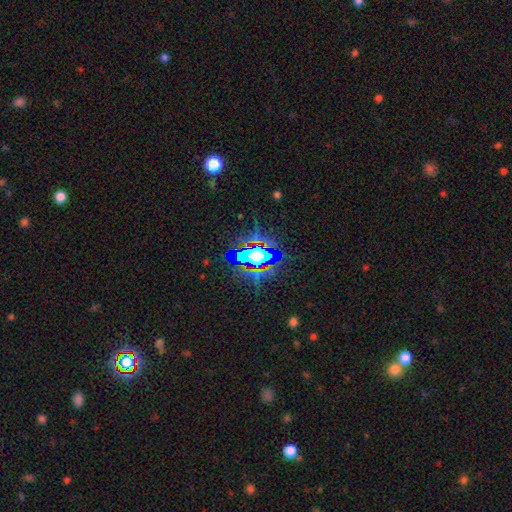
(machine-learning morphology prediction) Smooth or featured? star or artifact (58%)